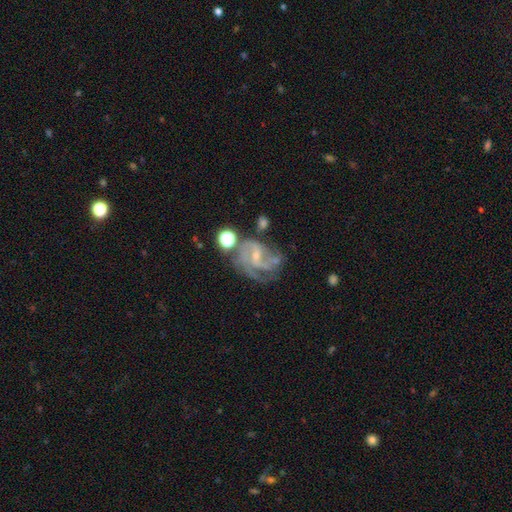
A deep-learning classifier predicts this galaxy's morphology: smooth-or-featured: featured or disk: 83% | star or artifact: 10% | smooth: 8%
  disk-edge-on: no: 98% | yes: 2%
    bar: weak: 46% | no: 40% | strong: 14%
    has-spiral-arms: yes: 95% | no: 5%
      spiral-winding: medium: 48% | tight: 37% | loose: 15%
      spiral-arm-count: 2: 32% | 3: 31% | can't tell: 19% | 4: 8% | 1: 6% | more than 4: 5%
    bulge-size: small: 69% | moderate: 22% | none: 7% | large: 1% | dominant: 1%
  merging: none: 51% | minor disturbance: 19% | major disturbance: 18% | merger: 11%